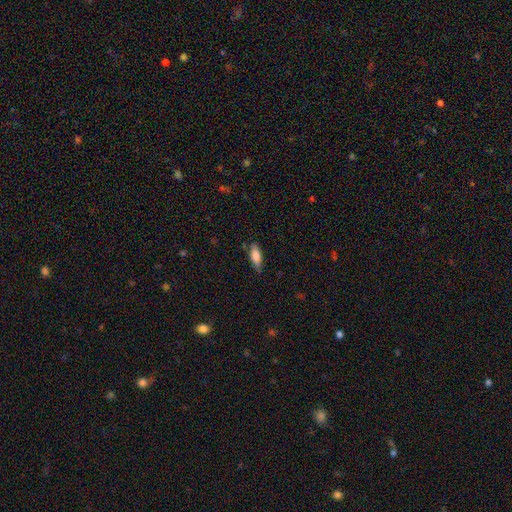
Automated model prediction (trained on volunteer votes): A smooth galaxy with no disk features (78%) that is in between round and cigar-shaped (65%).

Vote fractions:
- Smooth or featured? smooth: 78% / featured or disk: 15% / star or artifact: 7%
- How rounded? in between: 65% / cigar-shaped: 33% / round: 2%
- Merging? none: 76% / minor disturbance: 19% / major disturbance: 3% / merger: 2%